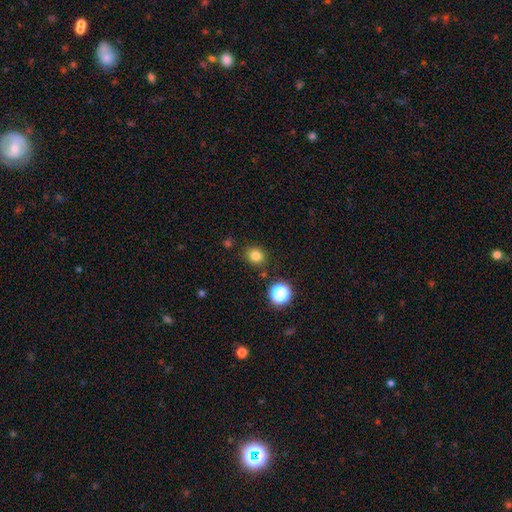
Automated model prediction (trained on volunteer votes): Smooth or featured?
  - smooth: 80% *
  - star or artifact: 15%
  - featured or disk: 5%
How rounded?
  - round: 80% *
  - in between: 19%
  - cigar-shaped: 1%
Merging?
  - none: 85% *
  - minor disturbance: 9%
  - merger: 3%
  - major disturbance: 3%